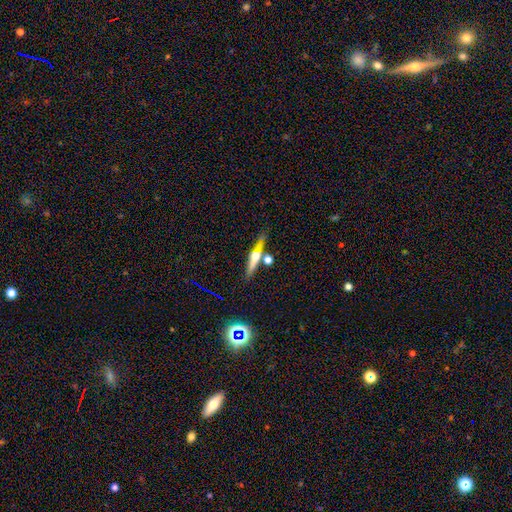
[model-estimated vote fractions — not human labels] Smooth or featured? featured or disk (62%)
Edge-on disk? yes (95%)
Edge-on bulge? rounded (90%)
Merging? none (75%)